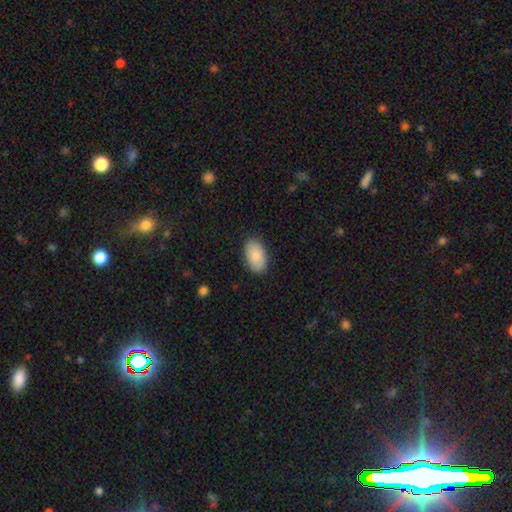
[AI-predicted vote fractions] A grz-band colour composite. It shows a smooth galaxy with no disk features (83%) that is in between round and cigar-shaped (93%). Merging: none (84%).